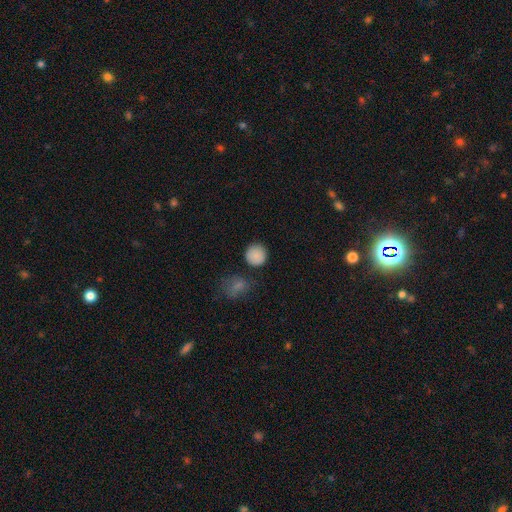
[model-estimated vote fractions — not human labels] Smooth or featured? Predicted: smooth (p=0.87). How rounded? Predicted: round (p=0.92). Merging? Predicted: none (p=0.81).